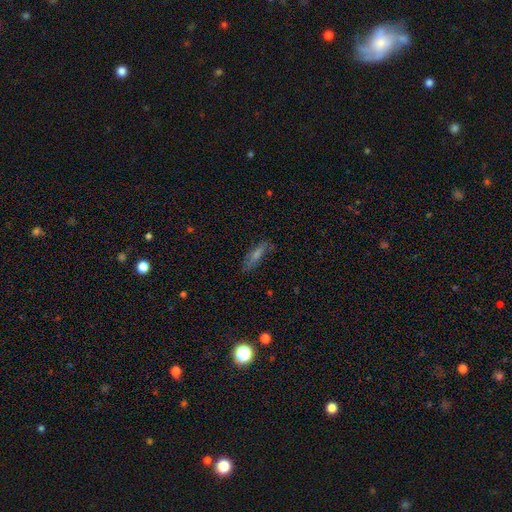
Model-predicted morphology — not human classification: This is marginally a smooth galaxy (44%). Merging: likely none (71%).